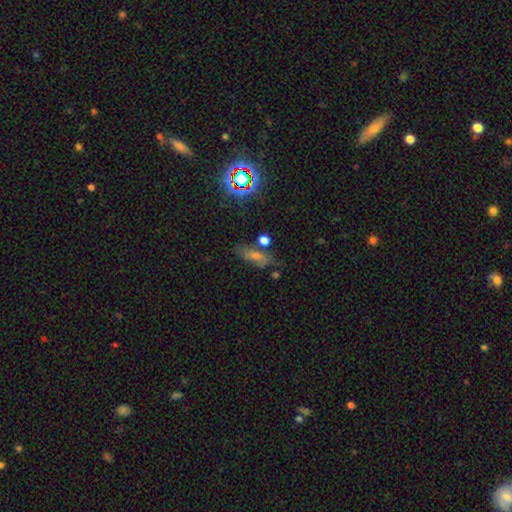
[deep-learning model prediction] This is marginally a smooth galaxy (41%). Merging: likely none (65%).